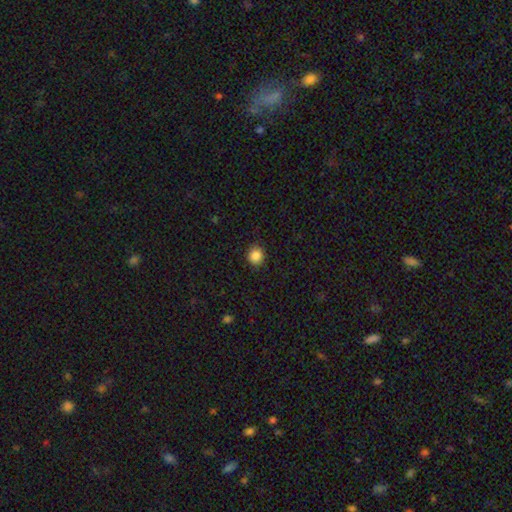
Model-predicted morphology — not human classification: This appears to be a smooth galaxy with no disk features (86%) that is round (87%). Merging: none (90%).